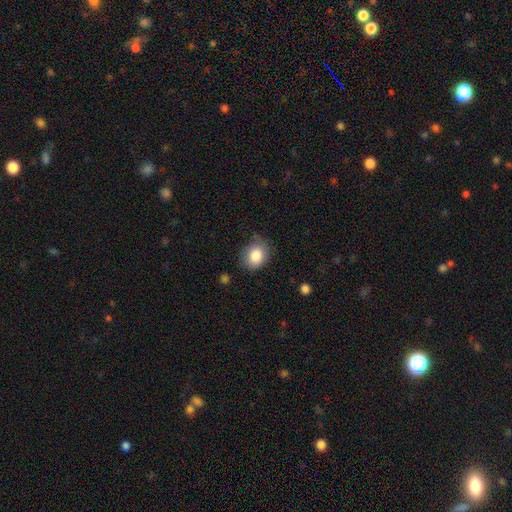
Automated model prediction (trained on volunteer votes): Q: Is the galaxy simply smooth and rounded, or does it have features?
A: smooth — 85%.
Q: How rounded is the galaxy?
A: round — 56%.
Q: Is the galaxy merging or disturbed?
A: none — 72%.